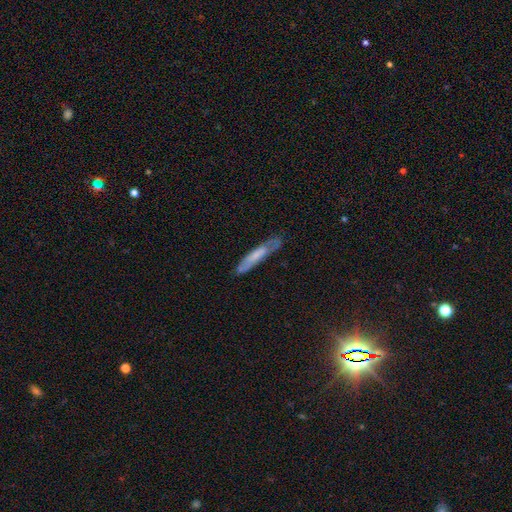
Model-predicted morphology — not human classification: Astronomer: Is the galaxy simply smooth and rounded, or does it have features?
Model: smooth — 51% (runner-up: featured or disk, 42%).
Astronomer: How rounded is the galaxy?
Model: cigar-shaped — 88%.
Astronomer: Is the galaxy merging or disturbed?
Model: none — 69%.